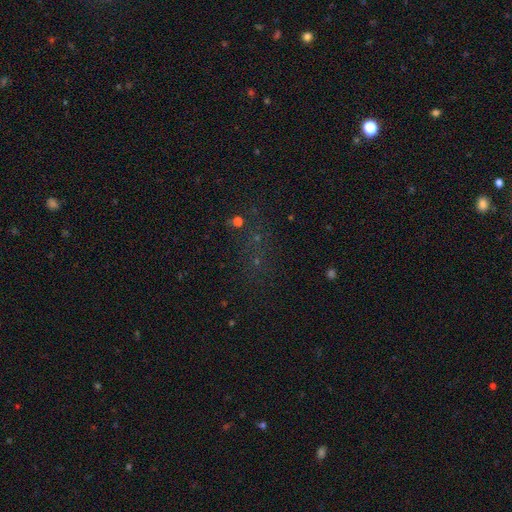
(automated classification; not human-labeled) Smooth or featured?
  - star or artifact: 58% *
  - smooth: 27%
  - featured or disk: 15%